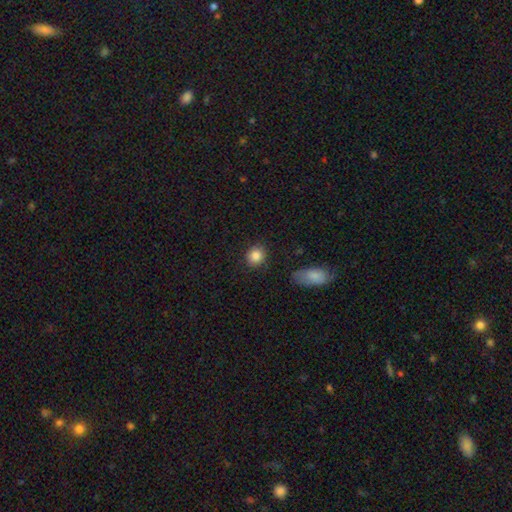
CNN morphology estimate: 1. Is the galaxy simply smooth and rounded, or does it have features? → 86% smooth, 9% star or artifact, 5% featured or disk.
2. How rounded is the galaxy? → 78% round, 21% in between, 1% cigar-shaped.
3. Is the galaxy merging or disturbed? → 85% none, 10% minor disturbance, 3% major disturbance, 2% merger.